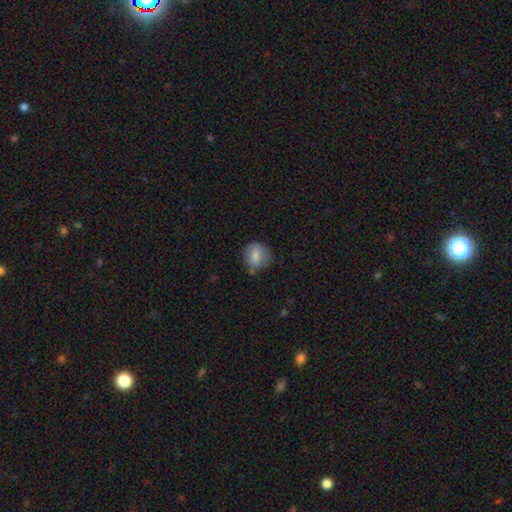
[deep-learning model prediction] smooth-or-featured: smooth: 77% | featured or disk: 15% | star or artifact: 8%
  how-rounded: round: 76% | in between: 23% | cigar-shaped: 1%
  merging: none: 69% | minor disturbance: 21% | major disturbance: 6% | merger: 4%